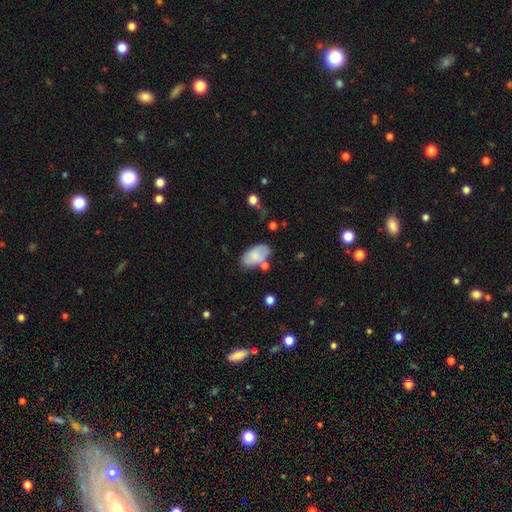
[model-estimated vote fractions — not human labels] smooth 78%, featured or disk 15%, star or artifact 7%. Down the decision tree: how rounded — in between (95%); merging — none (63%).